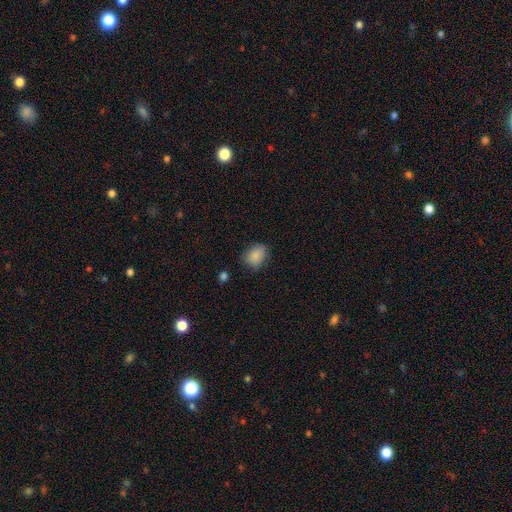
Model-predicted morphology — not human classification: A smooth galaxy with no disk features (86%) that is in between round and cigar-shaped (64%). Merging: none (73%).